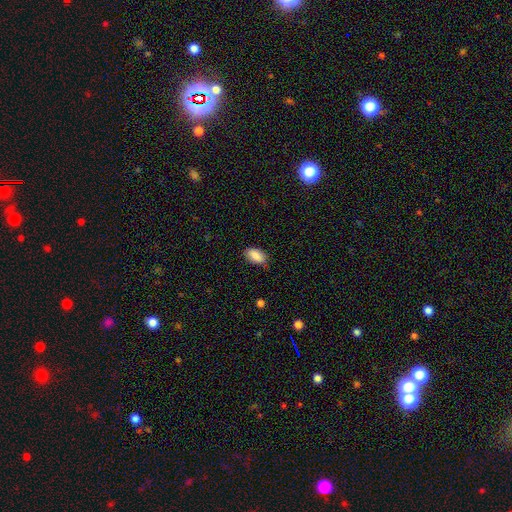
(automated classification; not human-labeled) A smooth galaxy with no disk features (88%) that is in between round and cigar-shaped (93%).

Vote fractions:
- Smooth or featured? smooth: 88% / star or artifact: 7% / featured or disk: 5%
- How rounded? in between: 93% / round: 4% / cigar-shaped: 3%
- Merging? none: 82% / minor disturbance: 14% / major disturbance: 3% / merger: 1%